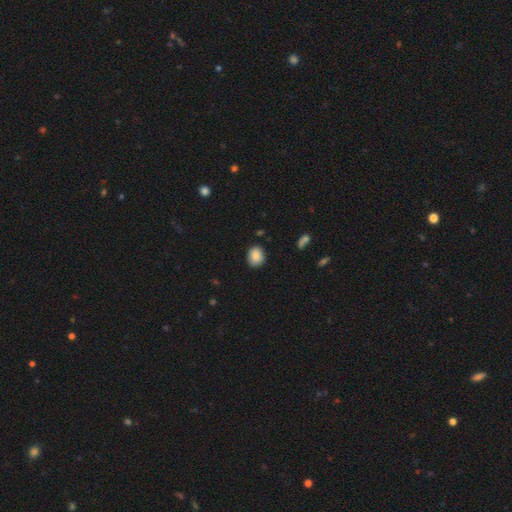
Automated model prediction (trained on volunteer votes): Q: Smooth or featured?
A: smooth (87%); runner-up: star or artifact (8%)
Q: How rounded?
A: round (50%); runner-up: in between (49%)
Q: Merging?
A: none (80%); runner-up: minor disturbance (16%)